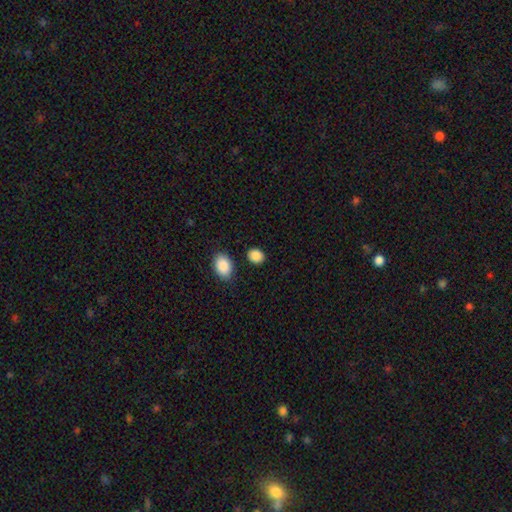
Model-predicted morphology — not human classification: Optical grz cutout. It shows a smooth galaxy with no disk features (89%) that is in between round and cigar-shaped (51%). Merging: none (85%).